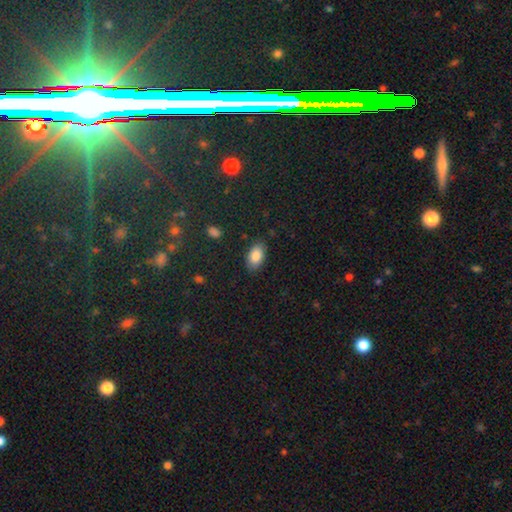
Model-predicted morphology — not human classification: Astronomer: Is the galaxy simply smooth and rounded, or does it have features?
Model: smooth — 86%.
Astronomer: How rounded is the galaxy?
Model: in between — 92%.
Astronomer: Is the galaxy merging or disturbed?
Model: none — 84%.